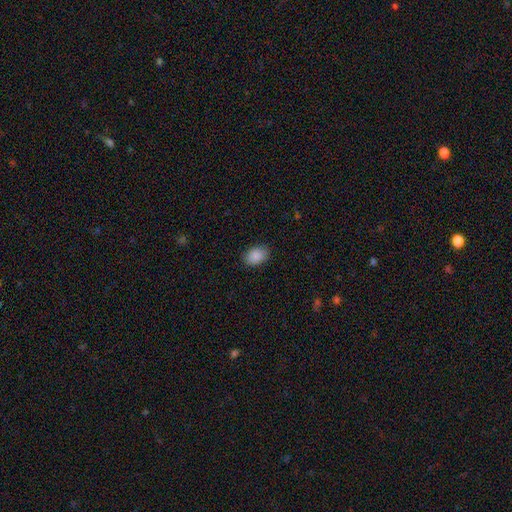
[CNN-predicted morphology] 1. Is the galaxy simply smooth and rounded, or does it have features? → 89% smooth, 8% star or artifact, 3% featured or disk.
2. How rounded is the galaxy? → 82% in between, 17% round, 1% cigar-shaped.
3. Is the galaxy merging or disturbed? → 85% none, 11% minor disturbance, 3% major disturbance, 1% merger.